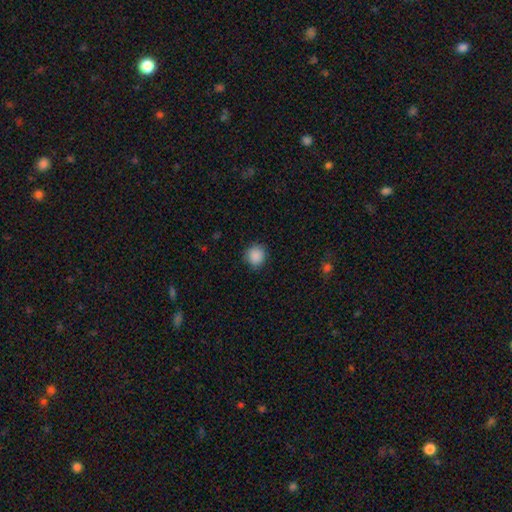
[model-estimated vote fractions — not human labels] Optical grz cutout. It shows a smooth galaxy with no disk features (88%) that is round (91%). Merging: none (88%).